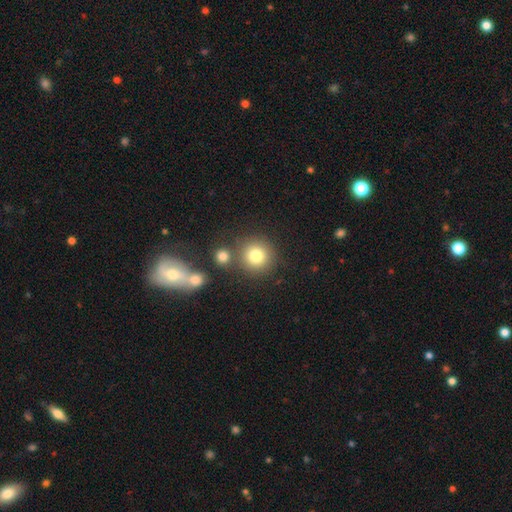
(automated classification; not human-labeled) Smooth or featured?
  - smooth: 79% *
  - star or artifact: 12%
  - featured or disk: 9%
How rounded?
  - round: 92% *
  - in between: 7%
  - cigar-shaped: 1%
Merging?
  - none: 75% *
  - merger: 13%
  - minor disturbance: 8%
  - major disturbance: 4%